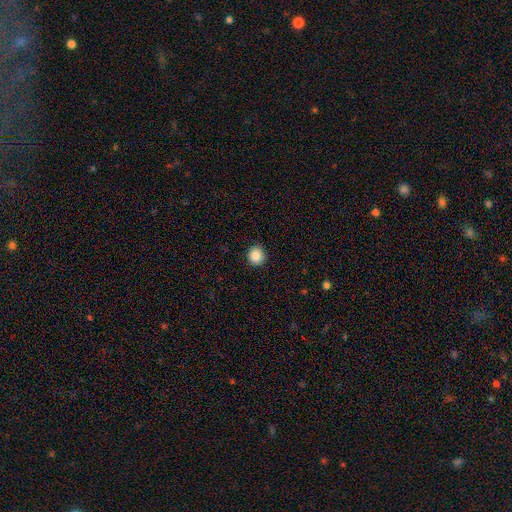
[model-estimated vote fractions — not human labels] Smooth or featured? smooth (87%)
How rounded? round (87%)
Merging? none (91%)